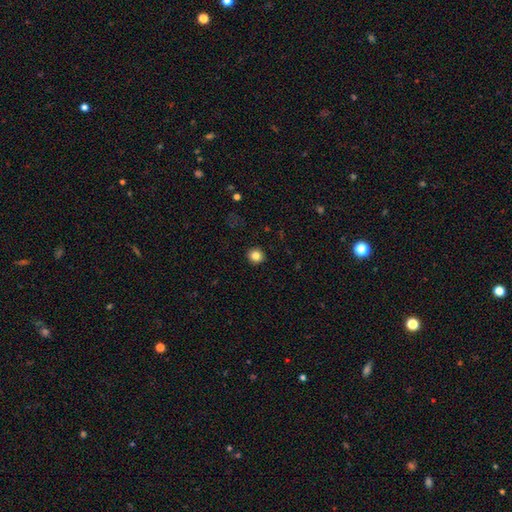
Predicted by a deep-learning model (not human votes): smooth-or-featured: smooth: 83% | star or artifact: 11% | featured or disk: 5%
  how-rounded: round: 92% | in between: 7% | cigar-shaped: 1%
  merging: none: 93% | minor disturbance: 5% | major disturbance: 2% | merger: 1%